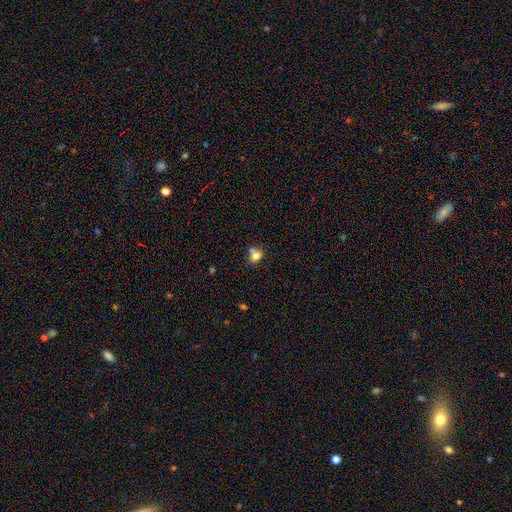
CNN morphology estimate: The model was most divided on "merging": merger: 42%, none: 39%, minor disturbance: 14%, major disturbance: 6%. More confident: smooth or featured — smooth (76%); how rounded — round (59%).